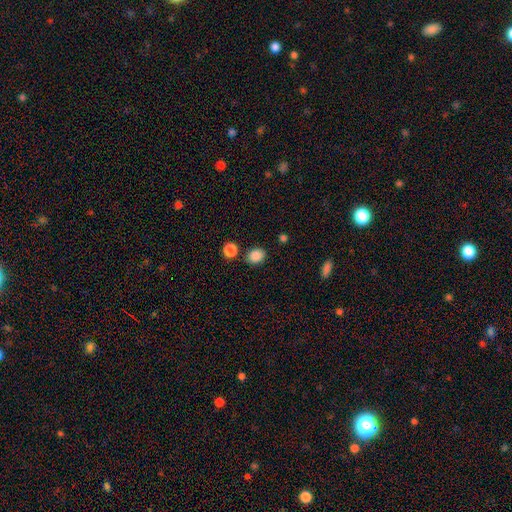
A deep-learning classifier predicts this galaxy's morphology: smooth_or_featured: smooth (p=0.87) [alt: star or artifact p=0.10]
how_rounded: in between (p=0.52) [alt: round p=0.47]
merging: none (p=0.82) [alt: minor disturbance p=0.10]